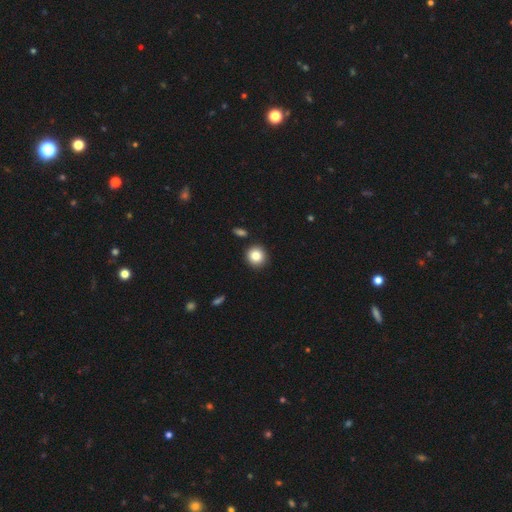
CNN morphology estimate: Q: Smooth or featured?
A: smooth (85%); runner-up: star or artifact (10%)
Q: How rounded?
A: round (91%); runner-up: in between (9%)
Q: Merging?
A: none (90%); runner-up: minor disturbance (6%)